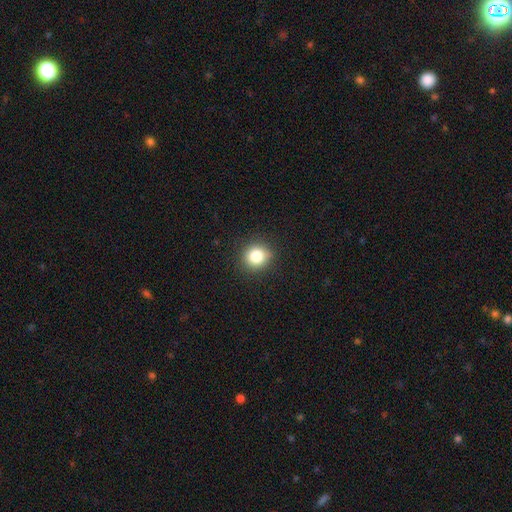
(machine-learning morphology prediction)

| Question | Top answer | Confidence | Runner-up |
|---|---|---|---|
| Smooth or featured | smooth | 81% | star or artifact (13%) |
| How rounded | round | 89% | in between (10%) |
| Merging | none | 92% | minor disturbance (5%) |